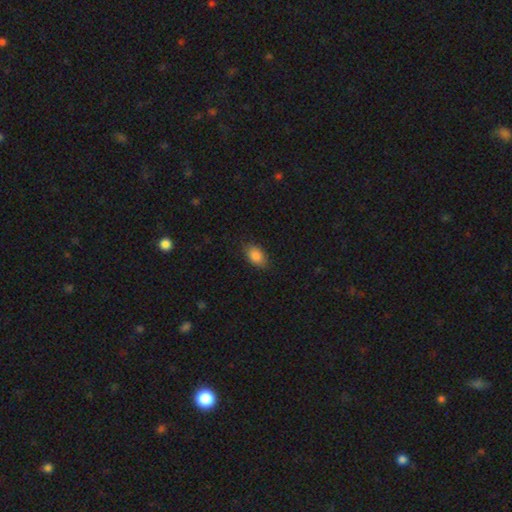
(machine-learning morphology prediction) smooth-or-featured: smooth: 87% | star or artifact: 8% | featured or disk: 5%
  how-rounded: in between: 89% | round: 10% | cigar-shaped: 2%
  merging: none: 82% | minor disturbance: 14% | major disturbance: 3% | merger: 1%